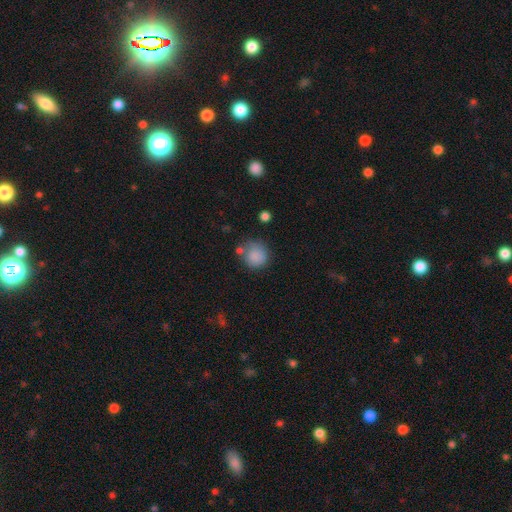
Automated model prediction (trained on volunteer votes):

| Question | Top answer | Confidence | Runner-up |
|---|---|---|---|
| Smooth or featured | smooth | 84% | star or artifact (9%) |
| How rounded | round | 88% | in between (11%) |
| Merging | none | 62% | minor disturbance (19%) |